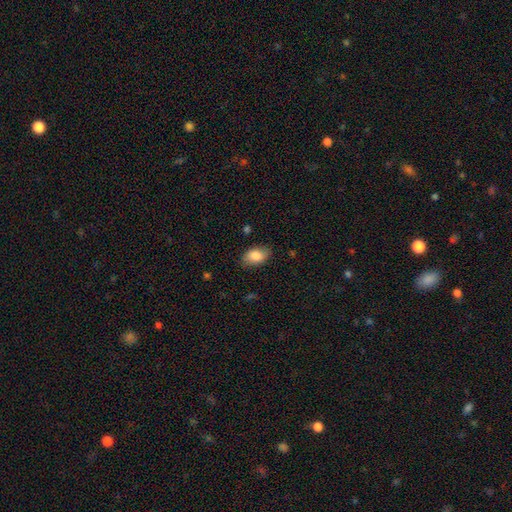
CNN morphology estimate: Smooth or featured?
  - smooth: 82% *
  - featured or disk: 11%
  - star or artifact: 7%
How rounded?
  - in between: 89% *
  - round: 9%
  - cigar-shaped: 1%
Merging?
  - none: 83% *
  - minor disturbance: 13%
  - major disturbance: 3%
  - merger: 1%